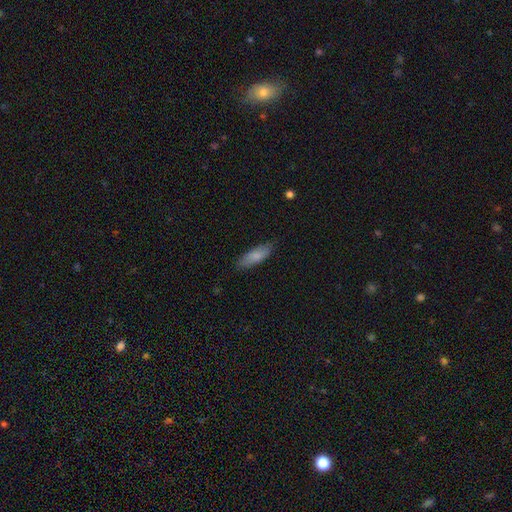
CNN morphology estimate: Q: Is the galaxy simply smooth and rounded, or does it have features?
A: smooth — 82%.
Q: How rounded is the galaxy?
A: in between — 61%.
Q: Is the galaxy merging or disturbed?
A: none — 82%.